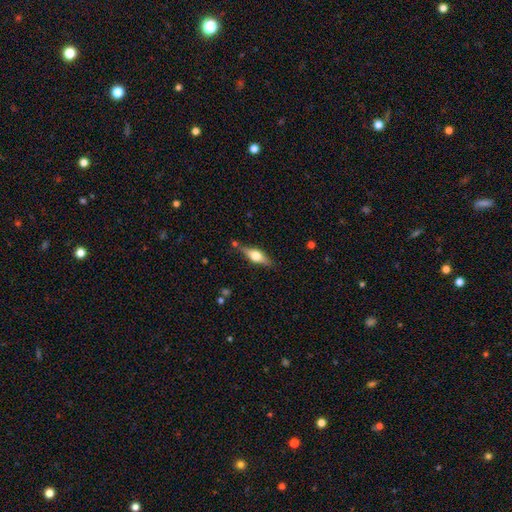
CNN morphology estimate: featured or disk 53%, smooth 40%, star or artifact 7%. Down the decision tree: edge-on disk — yes (93%); merging — none (79%).